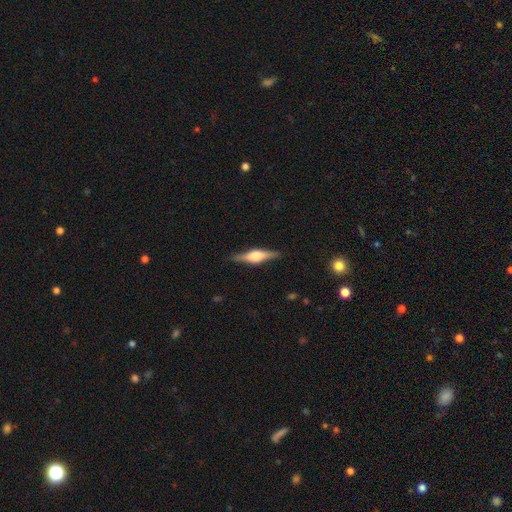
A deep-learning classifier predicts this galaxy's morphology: Smooth or featured? Predicted: featured or disk (p=0.72). Edge-on disk? Predicted: yes (p=0.97). Edge-on bulge? Predicted: rounded (p=0.85). Merging? Predicted: none (p=0.88).